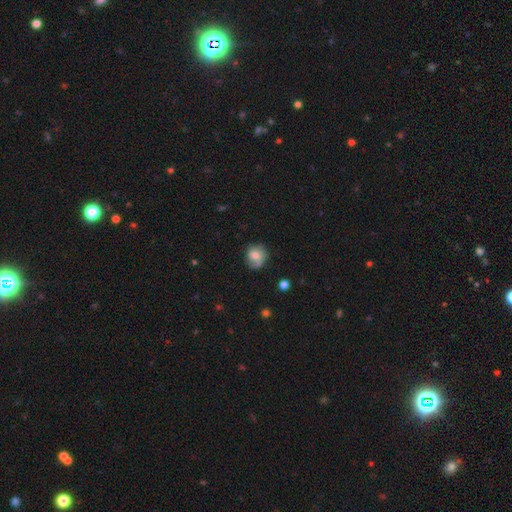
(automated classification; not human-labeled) The model was most divided on "smooth or featured": smooth: 56%, featured or disk: 36%, star or artifact: 9%. More confident: how rounded — round (76%); merging — none (64%).